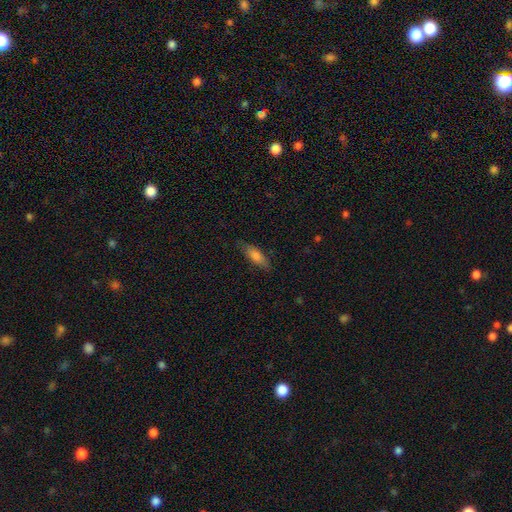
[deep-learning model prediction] Overall: smooth (77%). How rounded: in between (57%; cigar-shaped 41%). Merging: none (80%).